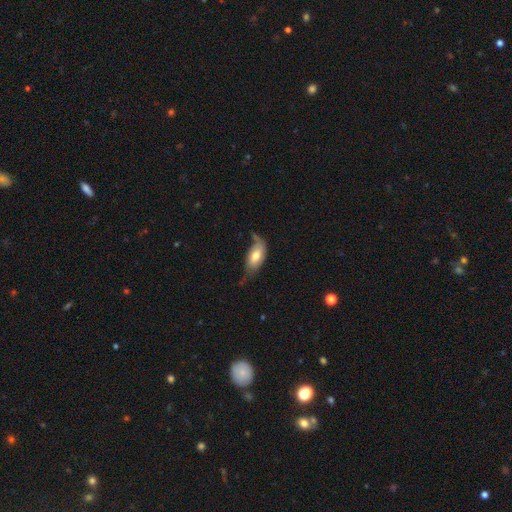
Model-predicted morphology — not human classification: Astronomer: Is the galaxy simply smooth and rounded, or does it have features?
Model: smooth — 62%.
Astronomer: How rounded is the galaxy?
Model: in between — 90%.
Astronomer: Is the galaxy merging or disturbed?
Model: minor disturbance — 37% (runner-up: none, 35%).